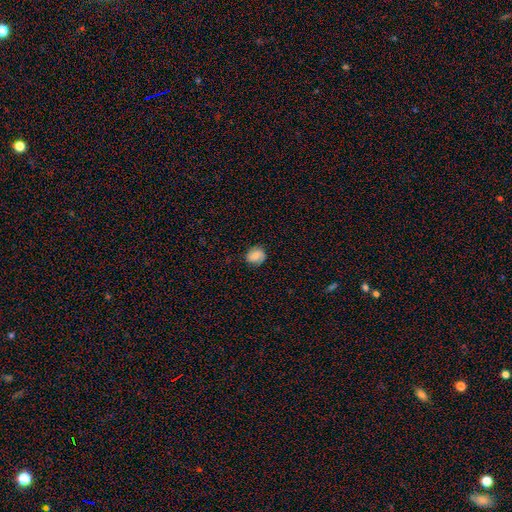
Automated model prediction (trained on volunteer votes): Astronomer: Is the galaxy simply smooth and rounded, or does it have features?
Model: smooth — 76%.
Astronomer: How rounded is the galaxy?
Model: round — 62%.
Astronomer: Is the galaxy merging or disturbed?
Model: none — 78%.